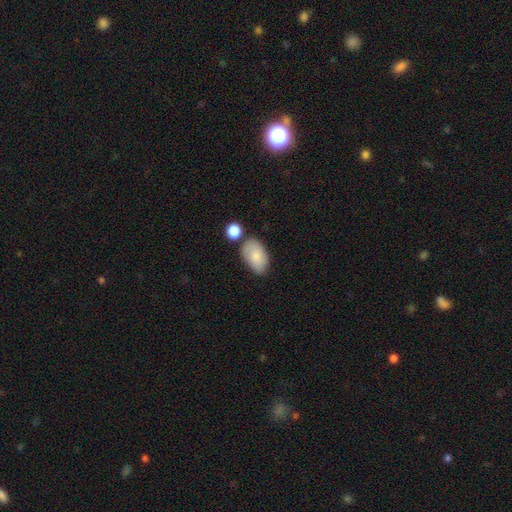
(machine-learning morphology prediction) This appears to be a smooth galaxy with no disk features (83%) that is in between round and cigar-shaped (93%). Merging: none (59%).